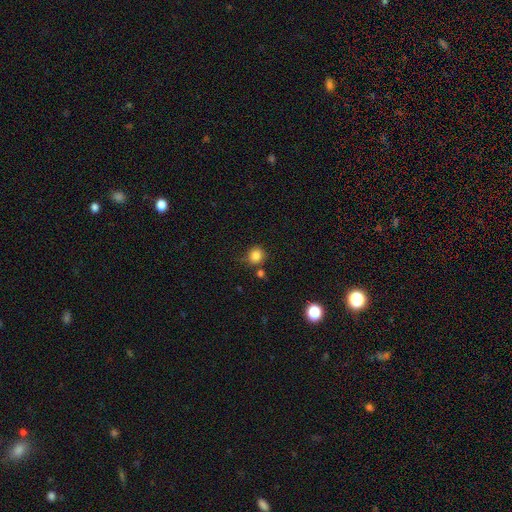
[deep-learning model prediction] This is clearly a smooth galaxy (84%). How rounded: clearly round (86%). Merging: likely none (71%).